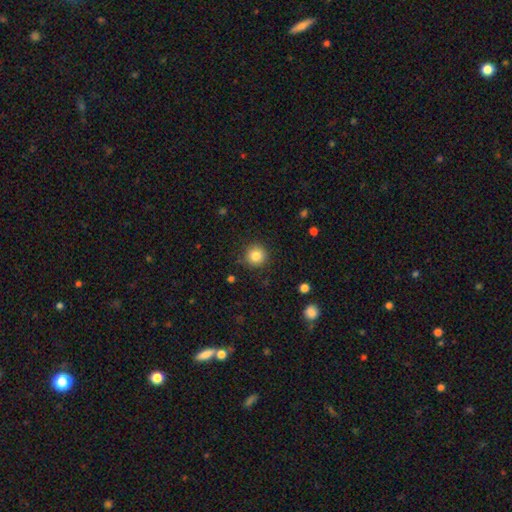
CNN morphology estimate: smooth_or_featured: smooth (p=0.83) [alt: star or artifact p=0.11]
how_rounded: round (p=0.94) [alt: in between p=0.05]
merging: none (p=0.89) [alt: minor disturbance p=0.08]